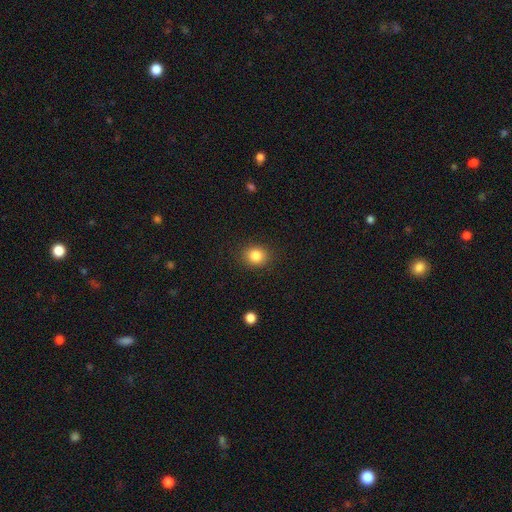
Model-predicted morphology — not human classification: Smooth or featured? smooth (85%)
How rounded? round (74%)
Merging? none (89%)